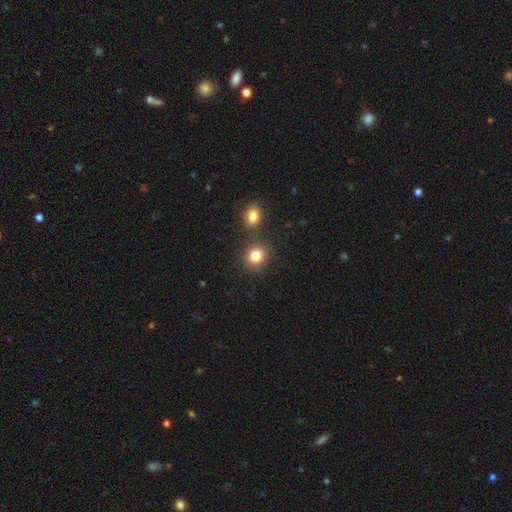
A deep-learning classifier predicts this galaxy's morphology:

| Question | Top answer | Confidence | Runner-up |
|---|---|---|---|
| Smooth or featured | smooth | 84% | star or artifact (10%) |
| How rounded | round | 76% | in between (23%) |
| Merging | none | 71% | merger (17%) |